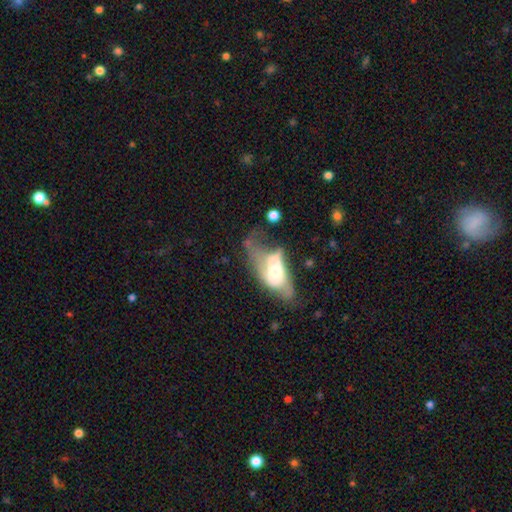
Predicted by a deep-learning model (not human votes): smooth-or-featured: featured or disk: 61% | smooth: 30% | star or artifact: 9%
  disk-edge-on: no: 87% | yes: 13%
    bar: no: 52% | weak: 31% | strong: 17%
    has-spiral-arms: yes: 65% | no: 35%
    bulge-size: moderate: 45% | large: 23% | small: 21% | none: 6% | dominant: 4%
  merging: major disturbance: 42% | none: 25% | minor disturbance: 21% | merger: 12%